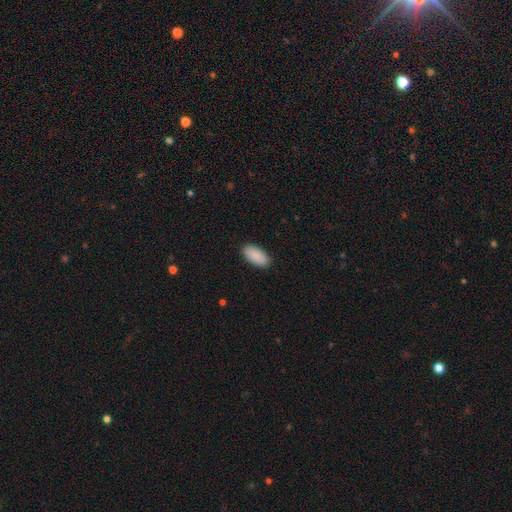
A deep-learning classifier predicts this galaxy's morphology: smooth 91%, star or artifact 6%, featured or disk 4%. Down the decision tree: how rounded — in between (93%); merging — none (89%).